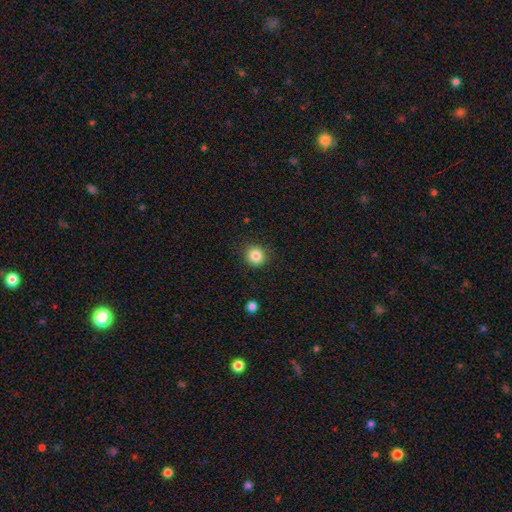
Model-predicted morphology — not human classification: Q: Smooth or featured?
A: smooth (84%); runner-up: star or artifact (11%)
Q: How rounded?
A: round (91%); runner-up: in between (8%)
Q: Merging?
A: none (89%); runner-up: minor disturbance (8%)